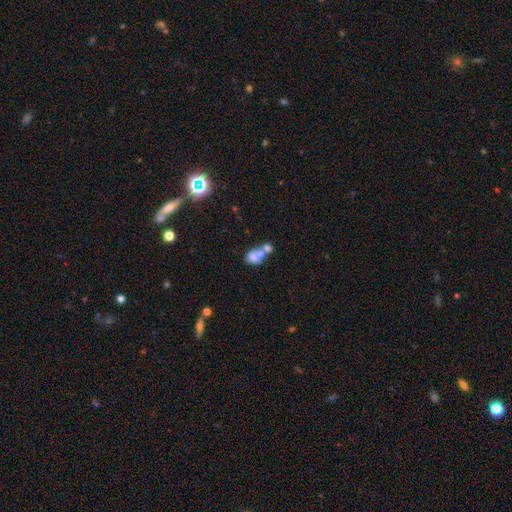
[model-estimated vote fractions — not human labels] Q: Smooth or featured?
A: smooth (58%); runner-up: featured or disk (30%)
Q: How rounded?
A: in between (65%); runner-up: round (34%)
Q: Merging?
A: merger (62%); runner-up: none (22%)